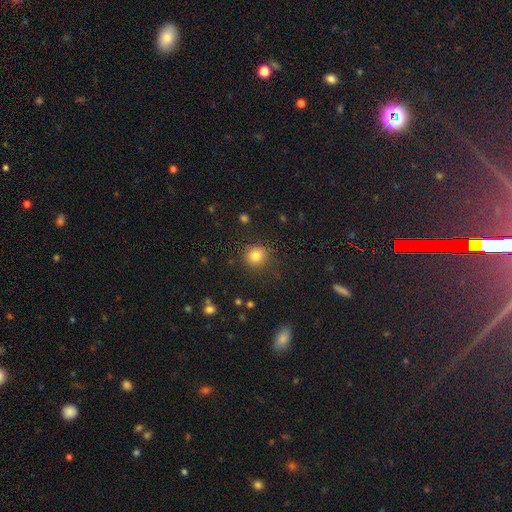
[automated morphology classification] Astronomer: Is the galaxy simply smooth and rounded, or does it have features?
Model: smooth — 81%.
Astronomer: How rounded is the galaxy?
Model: round — 86%.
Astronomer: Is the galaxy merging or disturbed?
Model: none — 85%.